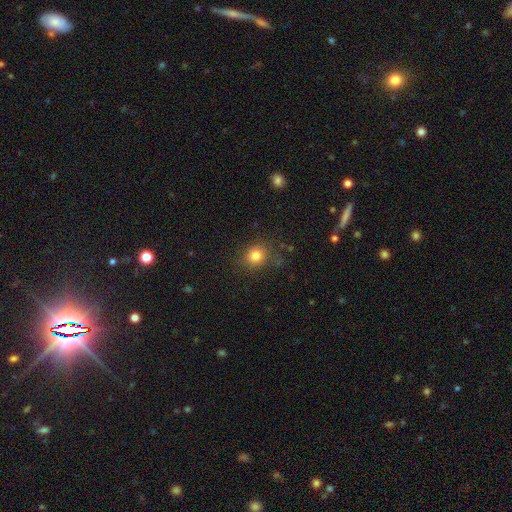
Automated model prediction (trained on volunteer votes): smooth-or-featured: smooth: 81% | star or artifact: 13% | featured or disk: 6%
  how-rounded: round: 79% | in between: 20% | cigar-shaped: 1%
  merging: none: 82% | minor disturbance: 12% | major disturbance: 4% | merger: 2%